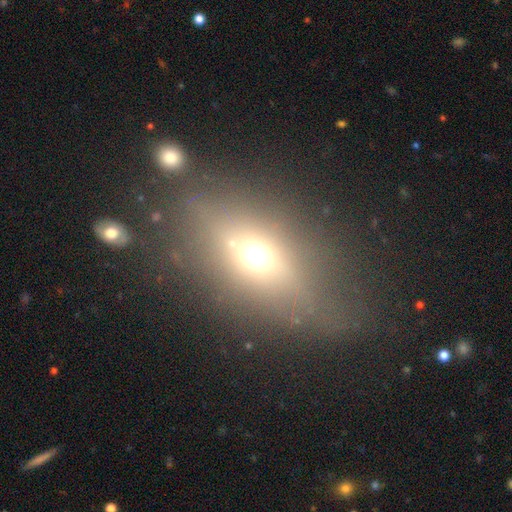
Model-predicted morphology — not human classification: smooth-or-featured: smooth: 54% | featured or disk: 23% | star or artifact: 23%
  how-rounded: in between: 63% | round: 29% | cigar-shaped: 9%
  merging: none: 70% | minor disturbance: 15% | major disturbance: 11% | merger: 4%